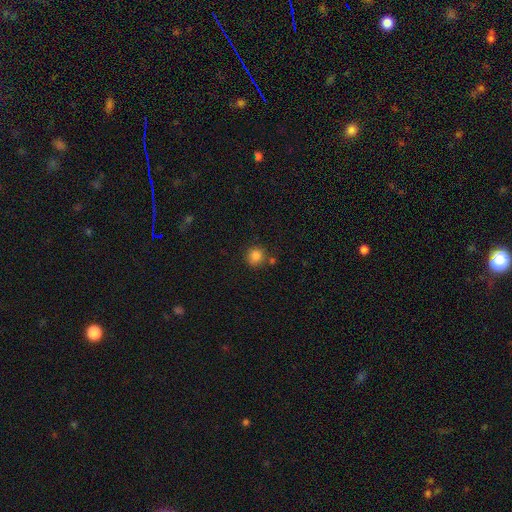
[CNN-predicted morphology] Smooth or featured? Predicted: smooth (p=0.83). How rounded? Predicted: round (p=0.91). Merging? Predicted: none (p=0.76).